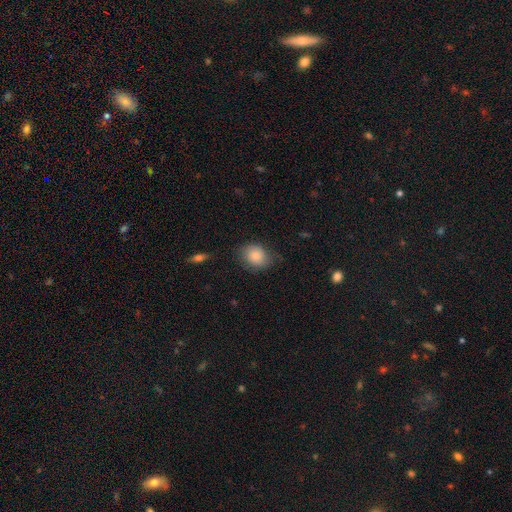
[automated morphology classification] Smooth or featured: smooth — 85% (star or artifact — 8%)
How rounded: round — 52% (in between — 47%)
Merging: none — 71% (minor disturbance — 22%)